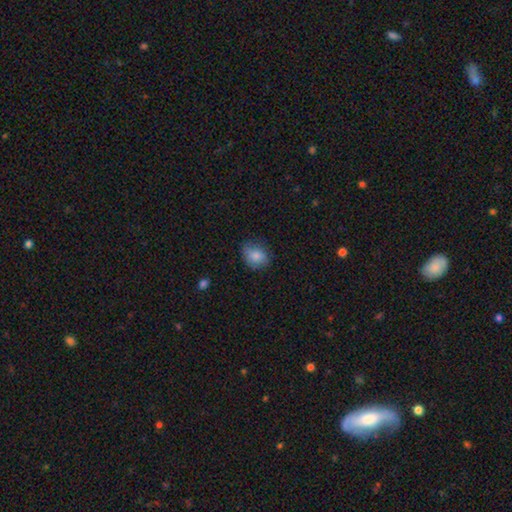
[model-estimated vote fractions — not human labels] Smooth or featured: smooth — 84% (star or artifact — 9%)
How rounded: round — 52% (in between — 47%)
Merging: none — 70% (minor disturbance — 23%)